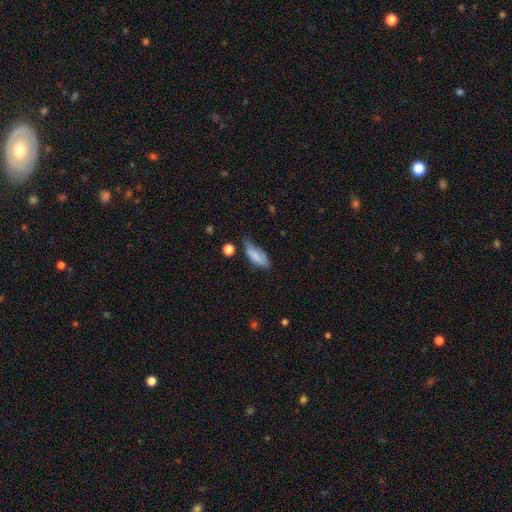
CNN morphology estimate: Q: Smooth or featured?
A: smooth (75%); runner-up: featured or disk (17%)
Q: How rounded?
A: in between (78%); runner-up: cigar-shaped (20%)
Q: Merging?
A: minor disturbance (42%); runner-up: none (40%)